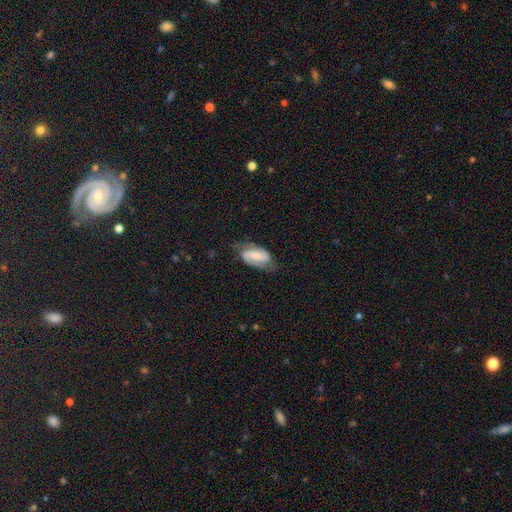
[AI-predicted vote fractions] Smooth or featured? featured or disk (65%)
Edge-on disk? no (95%)
Bar? weak (40%)
Spiral arms? yes (91%)
Spiral winding? medium (43%)
Spiral arm count? 2 (87%)
Bulge size? small (44%)
Merging? none (62%)